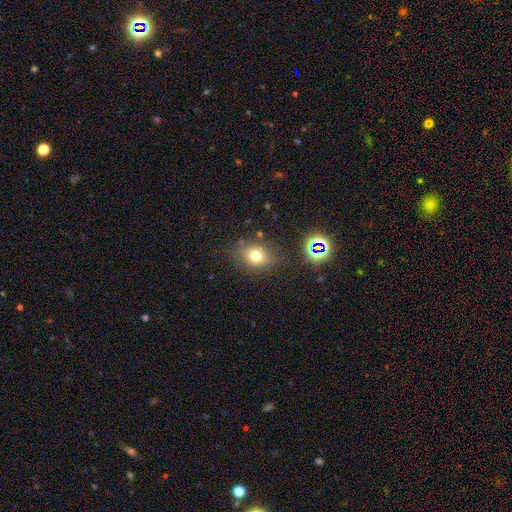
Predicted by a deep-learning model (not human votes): Morphology: type=smooth (71%); roundness=round (53%); merging=none (77%).